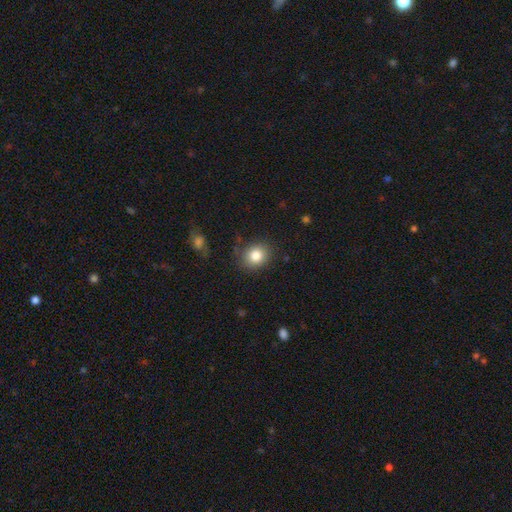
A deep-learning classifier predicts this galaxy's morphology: The model was most divided on "how rounded": round: 67%, in between: 32%, cigar-shaped: 1%. More confident: merging — none (83%); smooth or featured — smooth (82%).